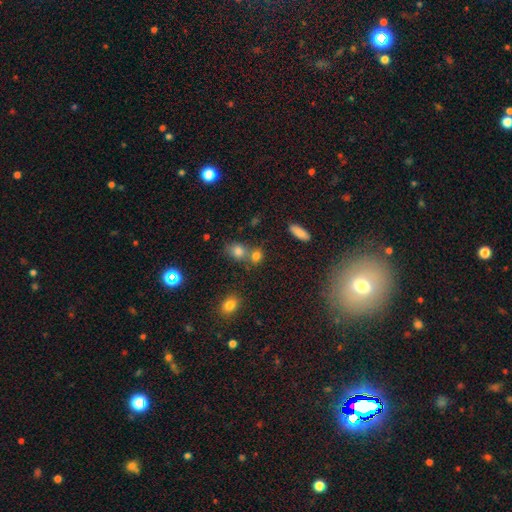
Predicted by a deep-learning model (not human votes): Smooth or featured? Predicted: smooth (p=0.76). How rounded? Predicted: round (p=0.69). Merging? Predicted: none (p=0.51).